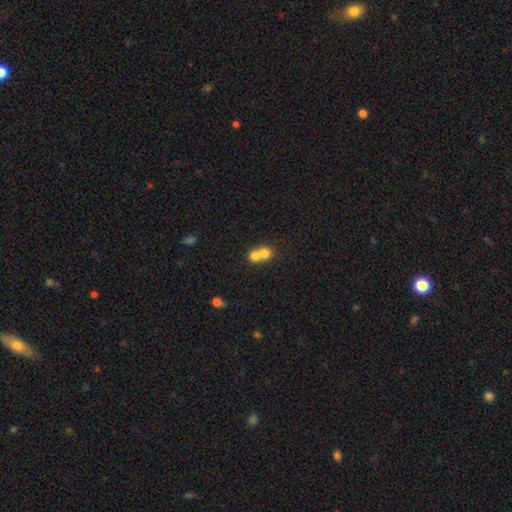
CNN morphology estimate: Smooth or featured? smooth (74%)
How rounded? round (74%)
Merging? merger (71%)